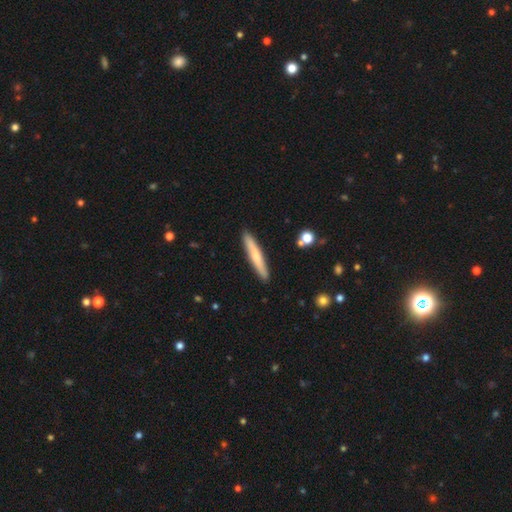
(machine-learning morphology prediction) Smooth or featured? Predicted: smooth (p=0.60). How rounded? Predicted: cigar-shaped (p=0.94). Merging? Predicted: none (p=0.90).